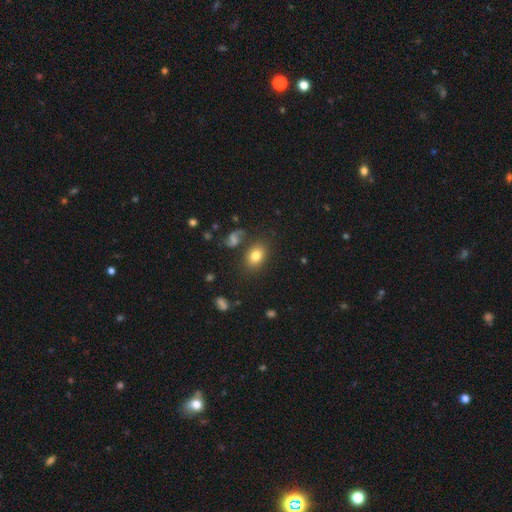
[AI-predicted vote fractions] Overall: smooth (79%). How rounded: in between (72%). Merging: none (77%).